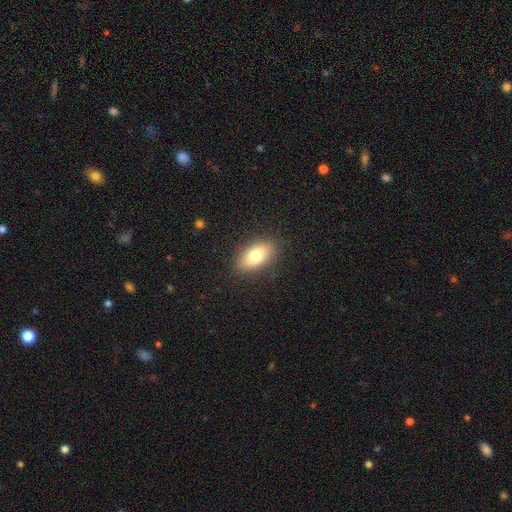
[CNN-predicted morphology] type=smooth (76%); roundness=in between (87%); merging=none (86%).